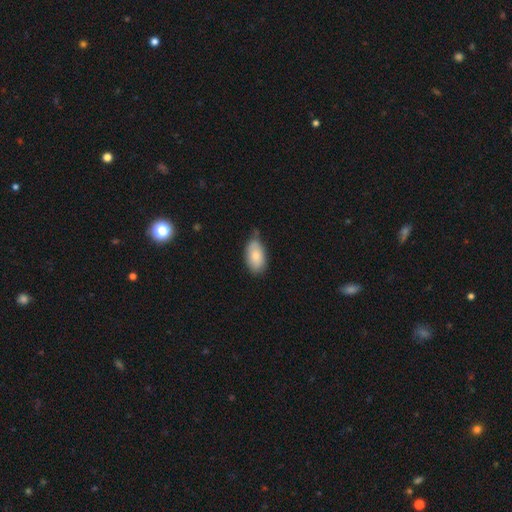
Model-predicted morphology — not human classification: This appears to be a smooth galaxy with no disk features (82%) that is in between round and cigar-shaped (94%). Merging: none (57%).